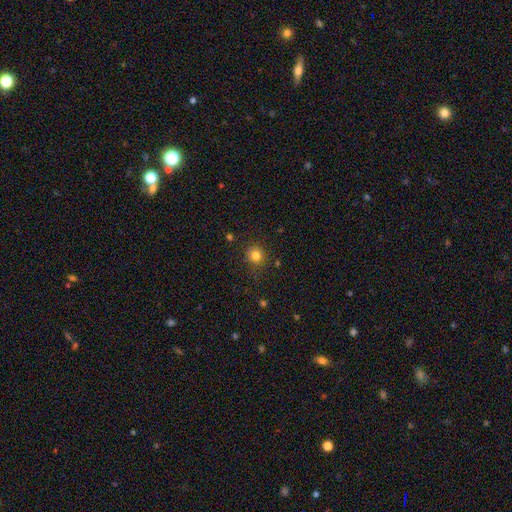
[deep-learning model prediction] Q: Smooth or featured?
A: smooth (81%); runner-up: star or artifact (14%)
Q: How rounded?
A: round (91%); runner-up: in between (8%)
Q: Merging?
A: none (85%); runner-up: minor disturbance (10%)